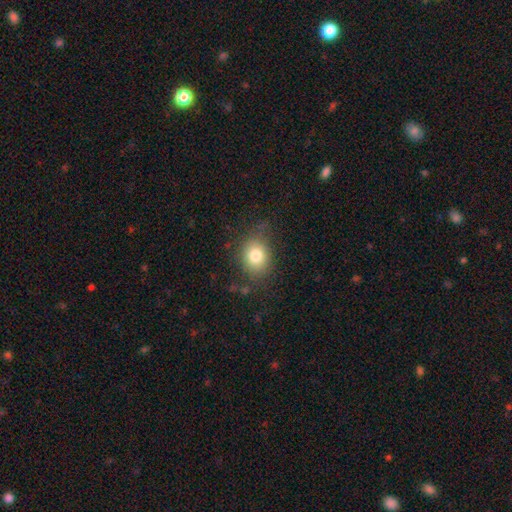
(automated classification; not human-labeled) The model was most divided on "how rounded": round: 59%, in between: 40%, cigar-shaped: 1%. More confident: smooth or featured — smooth (79%); merging — none (74%).